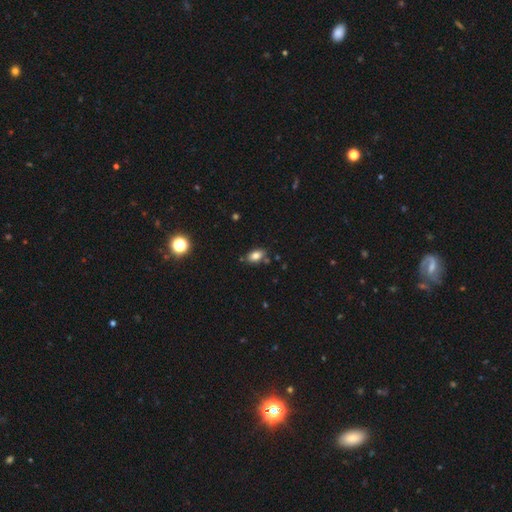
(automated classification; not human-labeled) Morphology: type=smooth (81%); roundness=in between (88%); merging=none (78%).